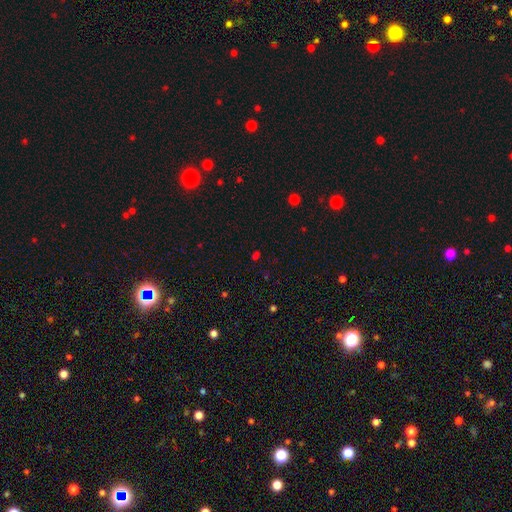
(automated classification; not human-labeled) Overall: star or artifact (55%; smooth 38%).